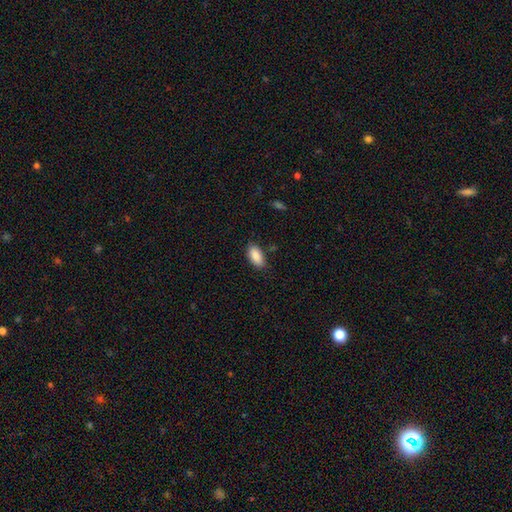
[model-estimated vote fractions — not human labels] Overall: smooth (88%). How rounded: in between (91%). Merging: none (82%).